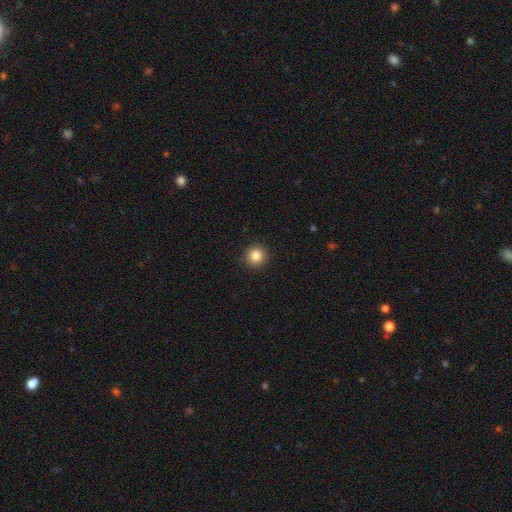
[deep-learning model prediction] Smooth or featured? Predicted: smooth (p=0.85). How rounded? Predicted: round (p=0.95). Merging? Predicted: none (p=0.92).